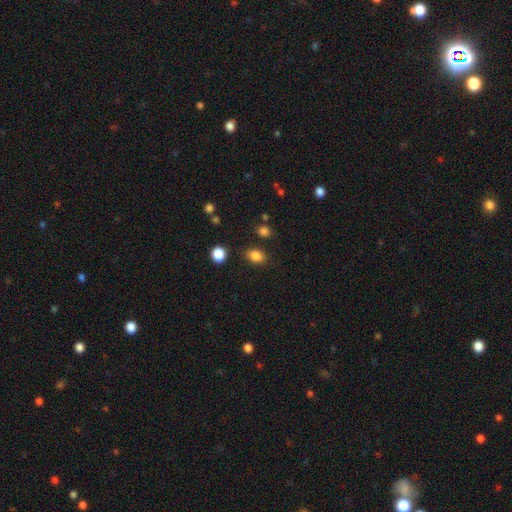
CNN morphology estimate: This is clearly a smooth galaxy (85%). How rounded: likely in between (71%). Merging: clearly none (82%).